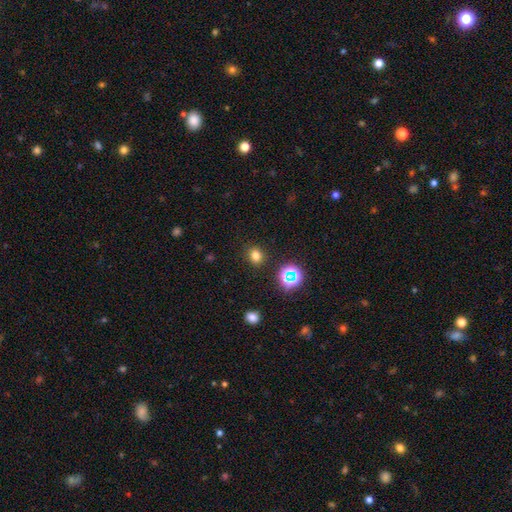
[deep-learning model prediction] This appears to be a smooth galaxy with no disk features (74%) that is round (67%). Merging: none (88%).